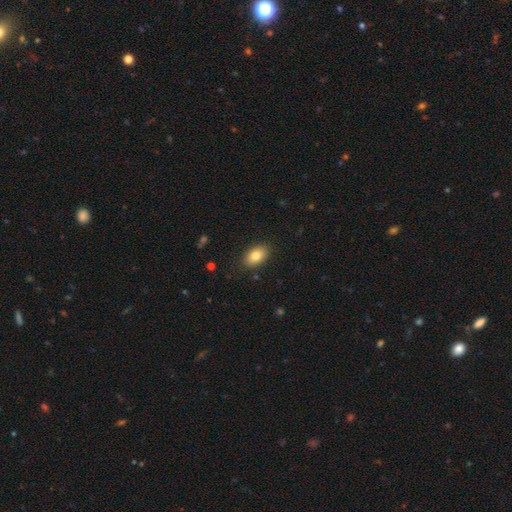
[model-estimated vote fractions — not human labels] smooth 83%, featured or disk 10%, star or artifact 8%. Down the decision tree: how rounded — in between (90%); merging — none (87%).